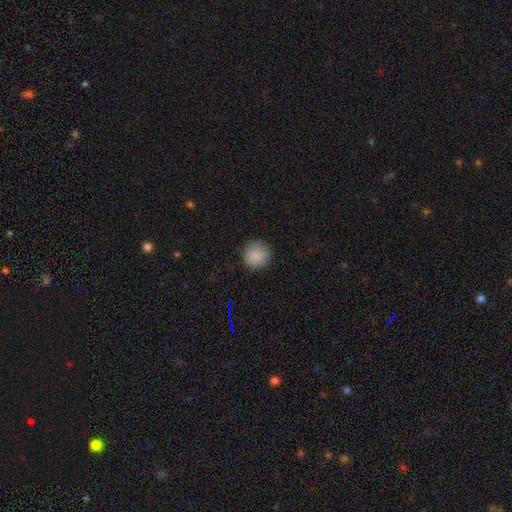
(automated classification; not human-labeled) smooth 88%, star or artifact 8%, featured or disk 4%. Down the decision tree: how rounded — round (94%); merging — none (89%).